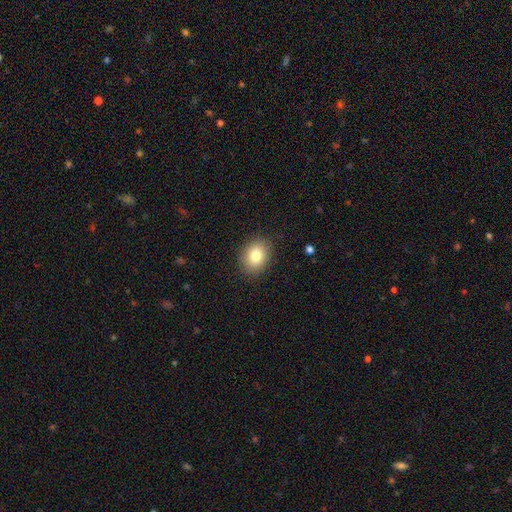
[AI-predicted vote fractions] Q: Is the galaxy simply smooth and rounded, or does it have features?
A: smooth — 81%.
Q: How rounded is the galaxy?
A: in between — 58%.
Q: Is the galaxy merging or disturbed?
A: none — 88%.